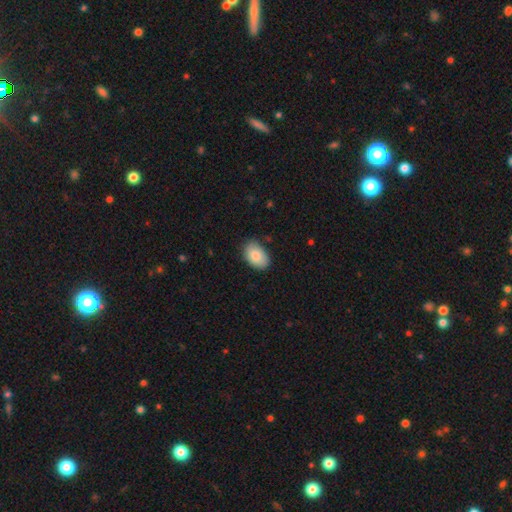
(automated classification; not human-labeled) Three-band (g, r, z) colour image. It shows a smooth galaxy with no disk features (85%) that is in between round and cigar-shaped (89%). Merging: none (80%).